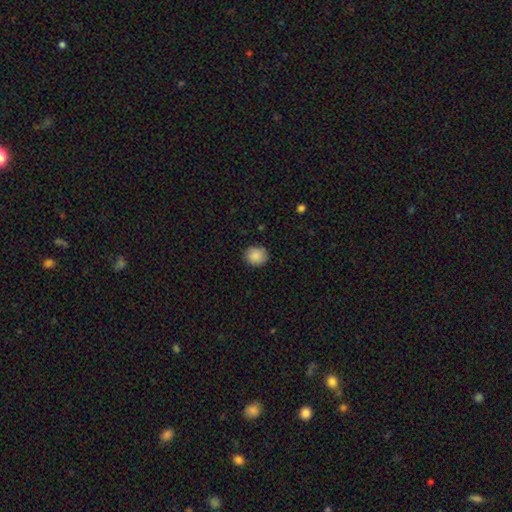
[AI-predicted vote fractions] Smooth or featured? smooth (88%)
How rounded? round (83%)
Merging? none (89%)